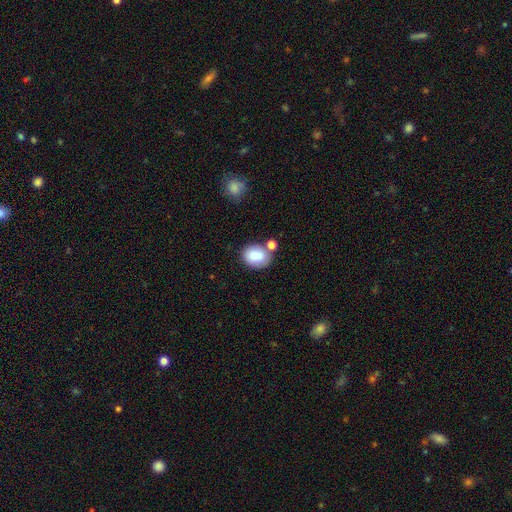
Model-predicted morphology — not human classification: smooth-or-featured: smooth: 83% | featured or disk: 9% | star or artifact: 8%
  how-rounded: in between: 63% | round: 36% | cigar-shaped: 1%
  merging: none: 60% | merger: 20% | minor disturbance: 15% | major disturbance: 5%